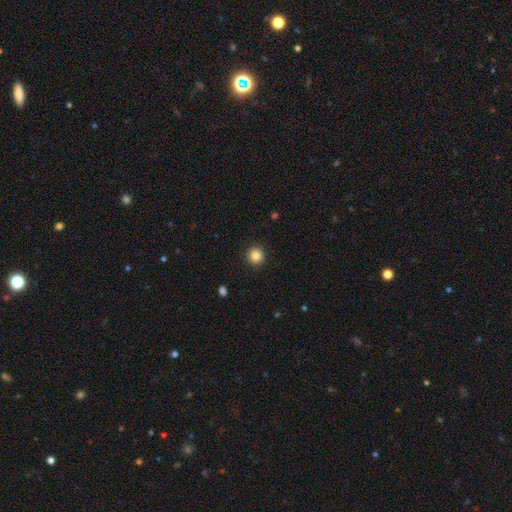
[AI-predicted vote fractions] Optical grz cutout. It shows a smooth galaxy with no disk features (85%) that is round (95%). Merging: none (92%).